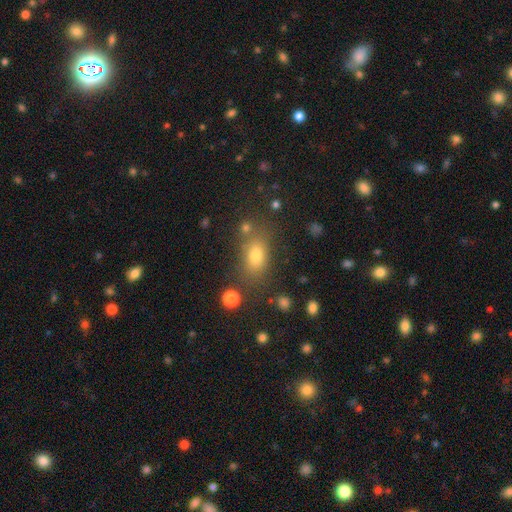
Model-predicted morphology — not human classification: Smooth or featured? Predicted: smooth (p=0.77). How rounded? Predicted: in between (p=0.80). Merging? Predicted: none (p=0.71).